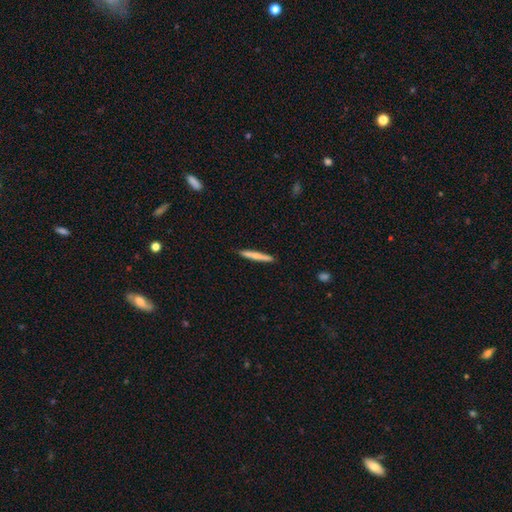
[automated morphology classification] smooth_or_featured: smooth (p=0.68) [alt: featured or disk p=0.26]
how_rounded: cigar-shaped (p=0.95) [alt: in between p=0.04]
merging: none (p=0.90) [alt: minor disturbance p=0.08]